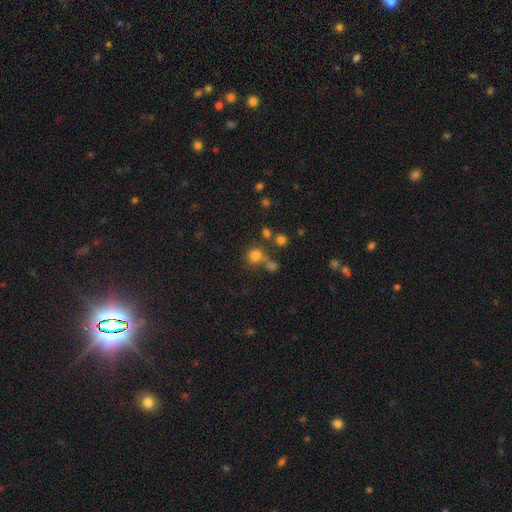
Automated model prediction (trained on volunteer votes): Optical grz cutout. It shows a smooth galaxy with no disk features (76%) that is round (88%). Merging: none (61%).